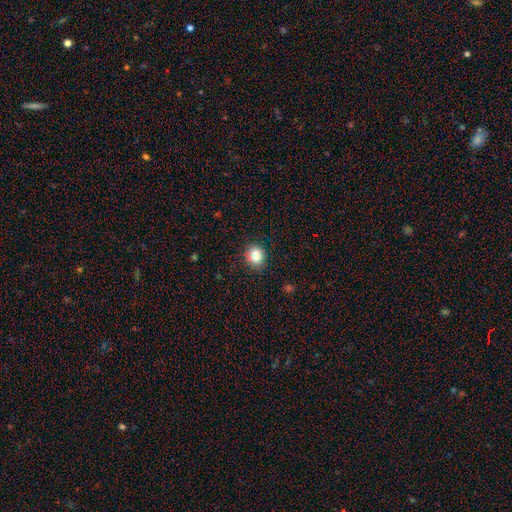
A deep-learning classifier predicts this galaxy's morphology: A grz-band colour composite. It shows a smooth galaxy with no disk features (83%) that is round (81%). Merging: none (89%).